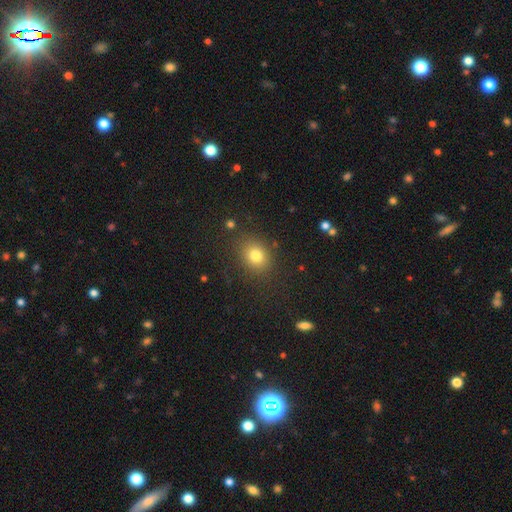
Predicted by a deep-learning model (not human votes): smooth_or_featured: smooth (p=0.79) [alt: star or artifact p=0.14]
how_rounded: round (p=0.56) [alt: in between p=0.43]
merging: none (p=0.84) [alt: minor disturbance p=0.10]